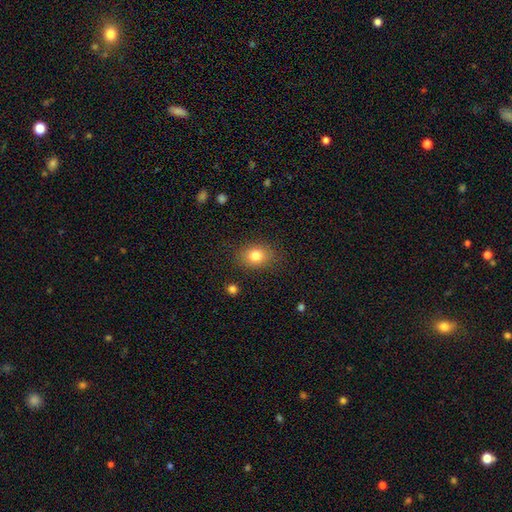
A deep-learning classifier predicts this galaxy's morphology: Smooth or featured?
  - smooth: 81% *
  - star or artifact: 10%
  - featured or disk: 8%
How rounded?
  - in between: 55% *
  - round: 44%
  - cigar-shaped: 1%
Merging?
  - none: 83% *
  - minor disturbance: 12%
  - major disturbance: 4%
  - merger: 2%